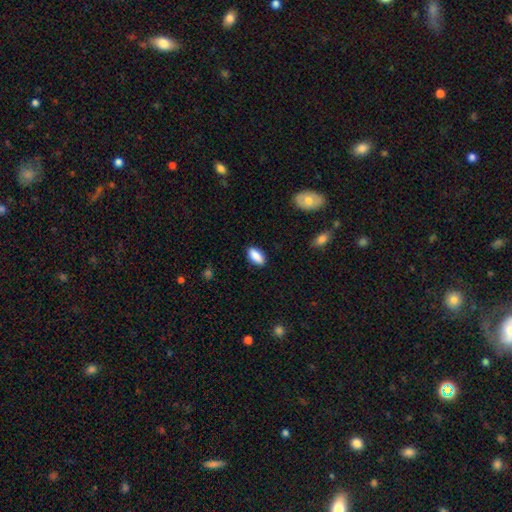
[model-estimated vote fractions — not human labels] Q: Smooth or featured?
A: smooth (88%); runner-up: star or artifact (7%)
Q: How rounded?
A: in between (88%); runner-up: cigar-shaped (9%)
Q: Merging?
A: none (87%); runner-up: minor disturbance (10%)